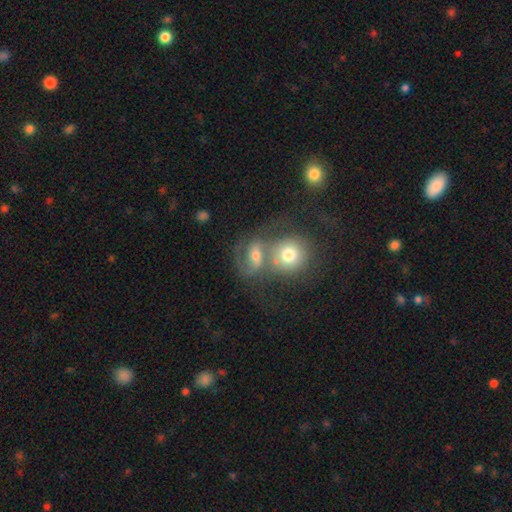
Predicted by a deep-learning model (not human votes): Smooth or featured? Predicted: featured or disk (p=0.56). Edge-on disk? Predicted: no (p=0.96). Bar? Predicted: no (p=0.46). Spiral arms? Predicted: yes (p=0.79). Bulge size? Predicted: moderate (p=0.63). Merging? Predicted: merger (p=0.57).